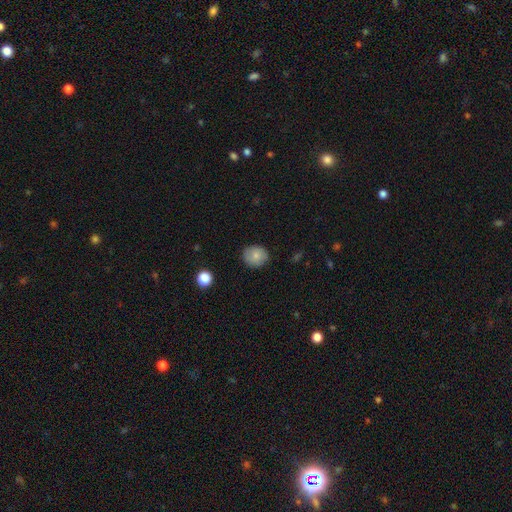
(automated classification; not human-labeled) Morphology: type=smooth (81%); roundness=round (79%); merging=none (82%).